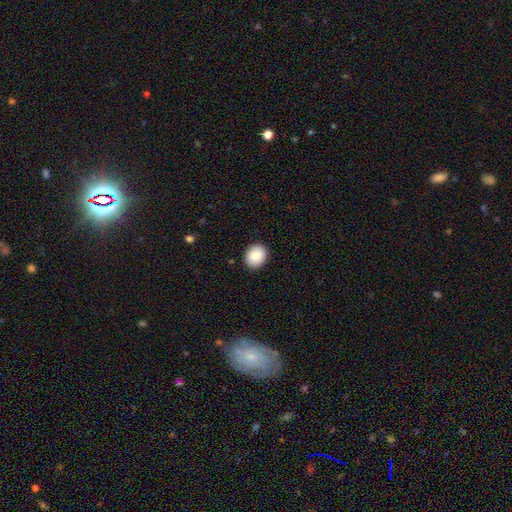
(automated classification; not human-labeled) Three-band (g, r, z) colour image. It shows a smooth galaxy with no disk features (84%) that is round (66%). Merging: none (90%).